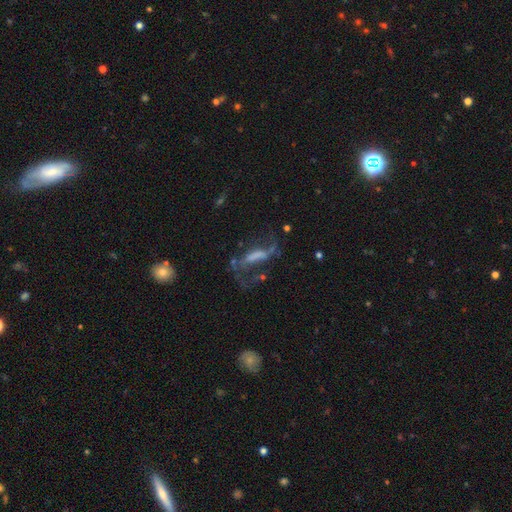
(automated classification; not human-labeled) A featured or disk galaxy (68%) with a strong bar (45%), spiral arms (80%) and no central bulge (47%). Merging: none (46%).